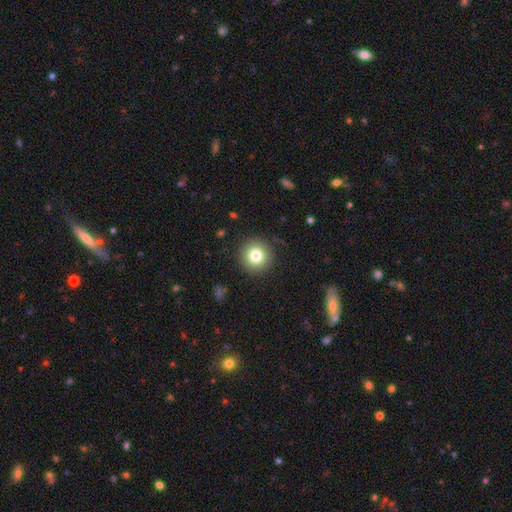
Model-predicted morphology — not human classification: Smooth or featured?
  - smooth: 80% *
  - star or artifact: 10%
  - featured or disk: 10%
How rounded?
  - round: 95% *
  - in between: 4%
  - cigar-shaped: 1%
Merging?
  - none: 90% *
  - minor disturbance: 6%
  - major disturbance: 2%
  - merger: 1%